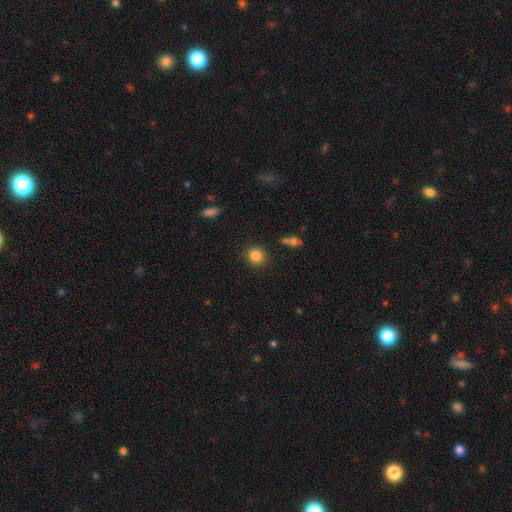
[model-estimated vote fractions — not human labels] Q: Smooth or featured?
A: smooth (84%); runner-up: star or artifact (11%)
Q: How rounded?
A: round (87%); runner-up: in between (12%)
Q: Merging?
A: none (88%); runner-up: minor disturbance (7%)